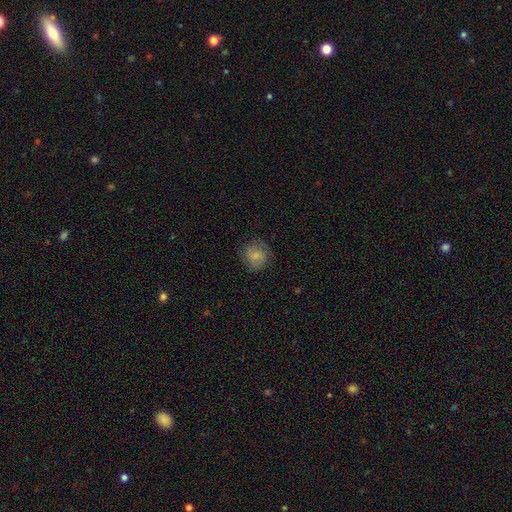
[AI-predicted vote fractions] Smooth or featured? smooth (75%)
How rounded? round (84%)
Merging? none (80%)